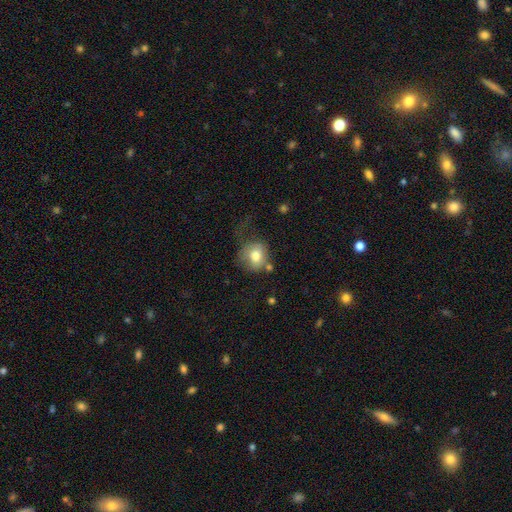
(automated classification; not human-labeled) This is likely a smooth galaxy (76%). How rounded: likely round (69%). Merging: marginally none (38%).